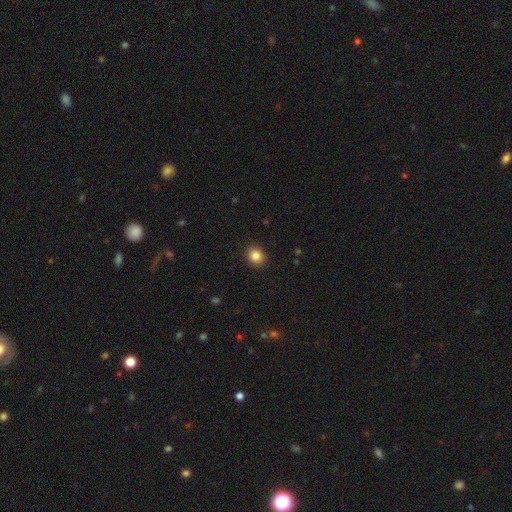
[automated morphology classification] smooth_or_featured: smooth (p=0.85) [alt: star or artifact p=0.10]
how_rounded: round (p=0.74) [alt: in between p=0.26]
merging: none (p=0.91) [alt: minor disturbance p=0.06]